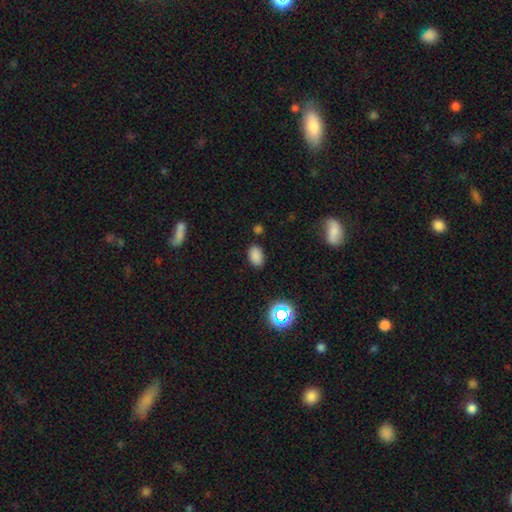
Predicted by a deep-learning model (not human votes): Smooth or featured? Predicted: smooth (p=0.81). How rounded? Predicted: in between (p=0.88). Merging? Predicted: none (p=0.84).